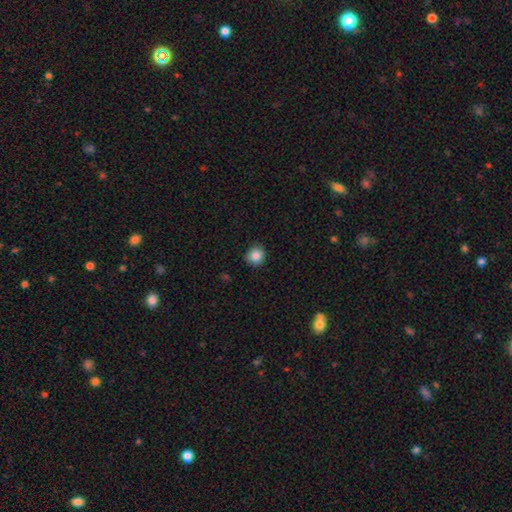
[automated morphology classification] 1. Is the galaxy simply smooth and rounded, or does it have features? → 85% smooth, 10% star or artifact, 5% featured or disk.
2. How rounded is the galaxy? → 87% round, 12% in between, 1% cigar-shaped.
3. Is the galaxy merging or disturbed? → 84% none, 13% minor disturbance, 2% major disturbance, 1% merger.